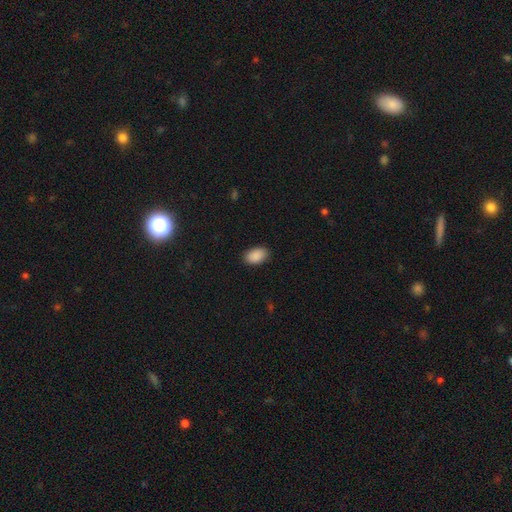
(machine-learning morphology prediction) This is clearly a smooth galaxy (90%). How rounded: clearly in between (92%). Merging: clearly none (88%).